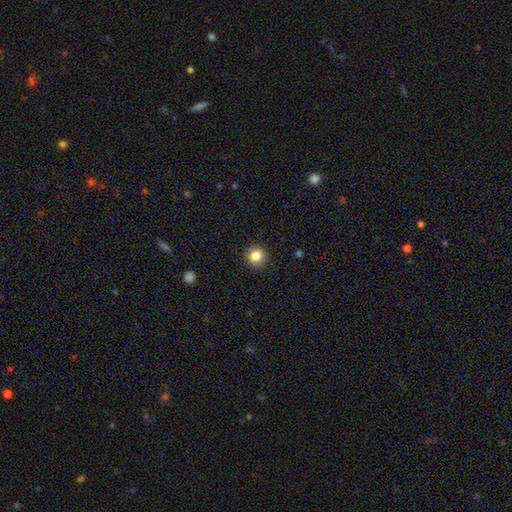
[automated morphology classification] Smooth or featured?
  - smooth: 85% *
  - star or artifact: 11%
  - featured or disk: 4%
How rounded?
  - round: 94% *
  - in between: 5%
  - cigar-shaped: 1%
Merging?
  - none: 92% *
  - minor disturbance: 5%
  - major disturbance: 2%
  - merger: 1%